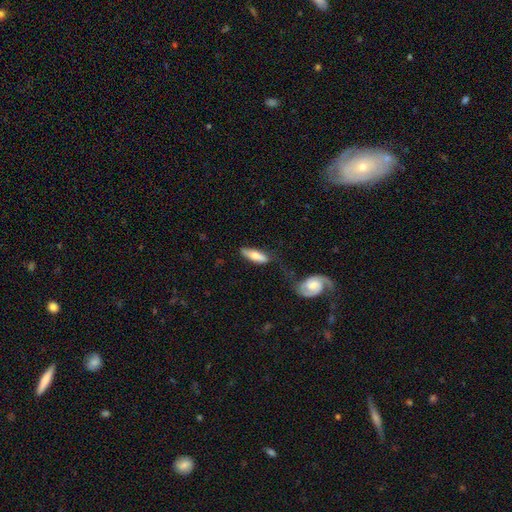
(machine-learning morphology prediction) Q: Smooth or featured?
A: smooth (64%); runner-up: featured or disk (30%)
Q: How rounded?
A: cigar-shaped (54%); runner-up: in between (44%)
Q: Merging?
A: none (59%); runner-up: minor disturbance (22%)